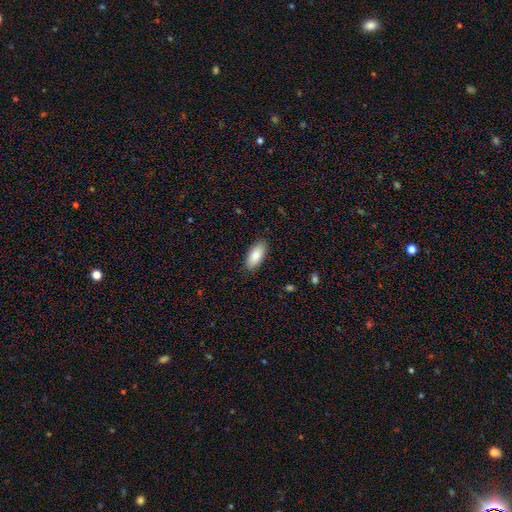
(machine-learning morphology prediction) Overall: smooth (86%). How rounded: in between (88%). Merging: none (88%).